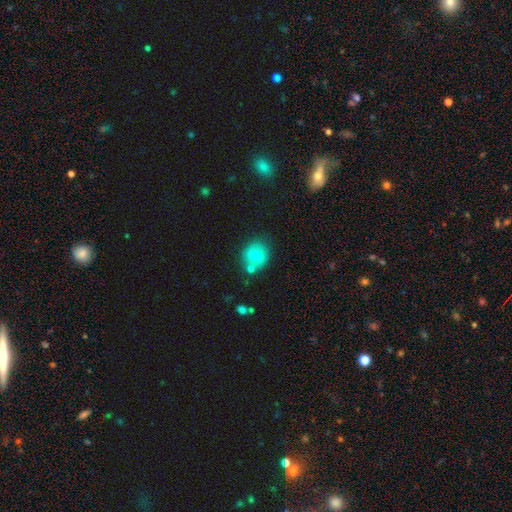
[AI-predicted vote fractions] smooth_or_featured: smooth (p=0.69) [alt: featured or disk p=0.21]
how_rounded: round (p=0.75) [alt: in between p=0.24]
merging: none (p=0.68) [alt: minor disturbance p=0.14]